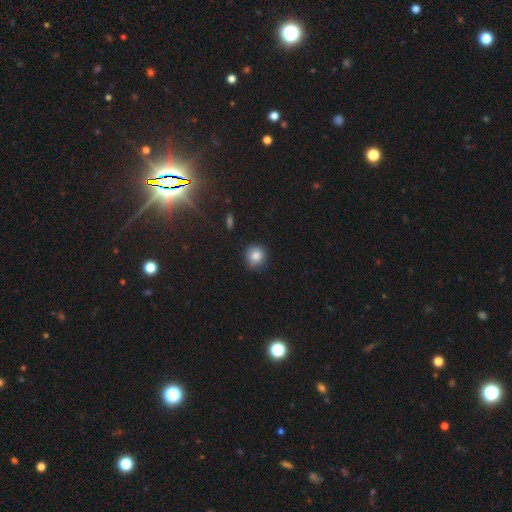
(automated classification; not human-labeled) Smooth or featured? smooth (84%)
How rounded? round (89%)
Merging? none (81%)